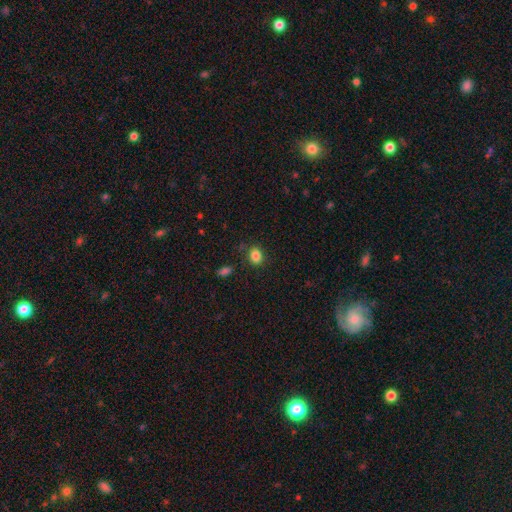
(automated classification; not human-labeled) This appears to be a smooth galaxy with no disk features (85%) that is in between round and cigar-shaped (56%). Merging: none (83%).